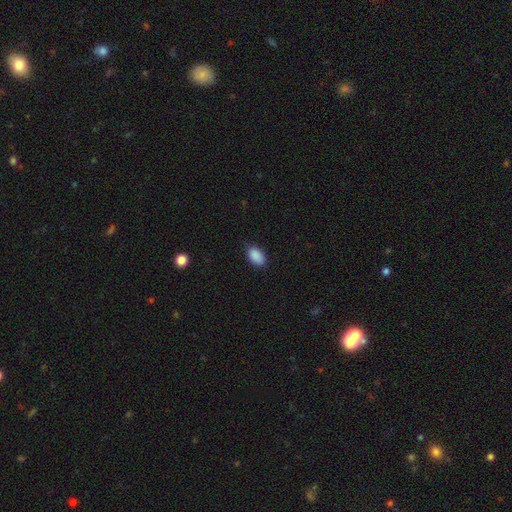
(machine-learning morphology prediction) This appears to be a smooth galaxy with no disk features (89%) that is in between round and cigar-shaped (91%). Merging: none (83%).